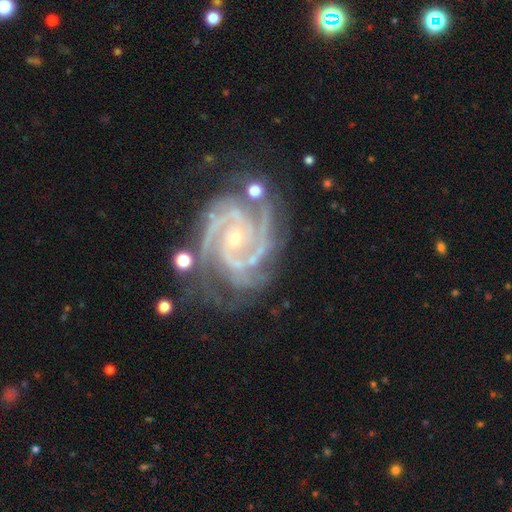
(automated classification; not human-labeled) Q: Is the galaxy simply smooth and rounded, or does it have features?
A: featured or disk — 92%.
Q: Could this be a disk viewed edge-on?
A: no — 98%.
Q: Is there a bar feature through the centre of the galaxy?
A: no — 61%.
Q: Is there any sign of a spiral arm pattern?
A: yes — 99%.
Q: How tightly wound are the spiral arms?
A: tight — 61%.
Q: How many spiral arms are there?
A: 3 — 37%.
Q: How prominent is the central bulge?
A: small — 69%.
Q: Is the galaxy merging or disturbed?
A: none — 62%.